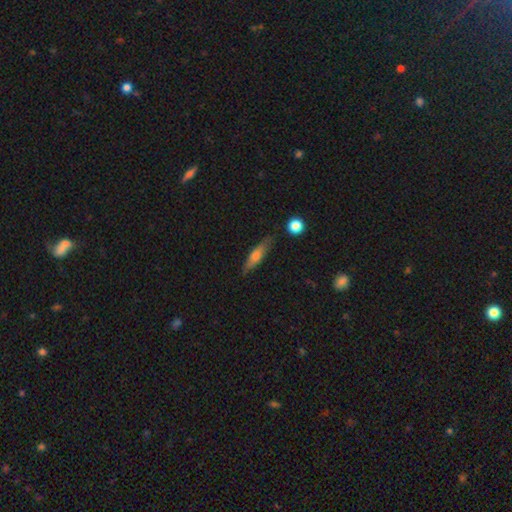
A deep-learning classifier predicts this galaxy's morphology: Smooth or featured: smooth — 57% (featured or disk — 35%)
How rounded: cigar-shaped — 69% (in between — 29%)
Merging: none — 79% (minor disturbance — 16%)